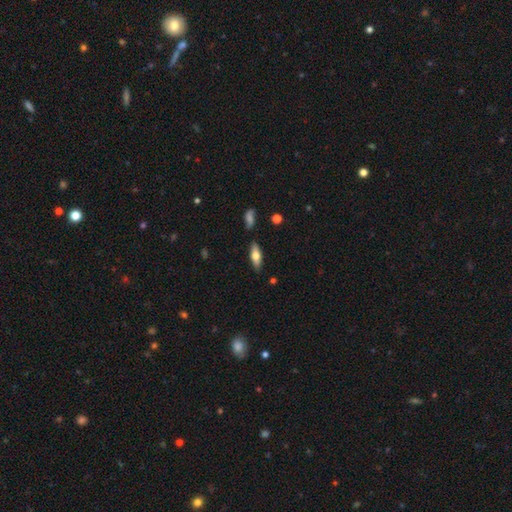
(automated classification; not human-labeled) smooth-or-featured: smooth: 61% | featured or disk: 33% | star or artifact: 6%
  how-rounded: in between: 62% | cigar-shaped: 36% | round: 3%
  merging: none: 84% | minor disturbance: 12% | merger: 2% | major disturbance: 2%